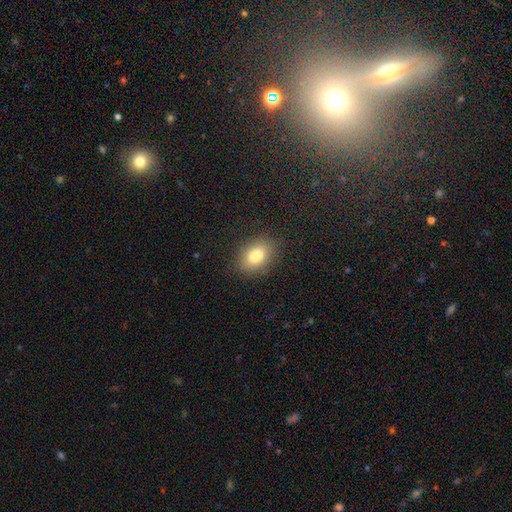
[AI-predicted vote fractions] Smooth or featured: smooth — 82% (star or artifact — 9%)
How rounded: in between — 78% (round — 21%)
Merging: none — 85% (minor disturbance — 11%)